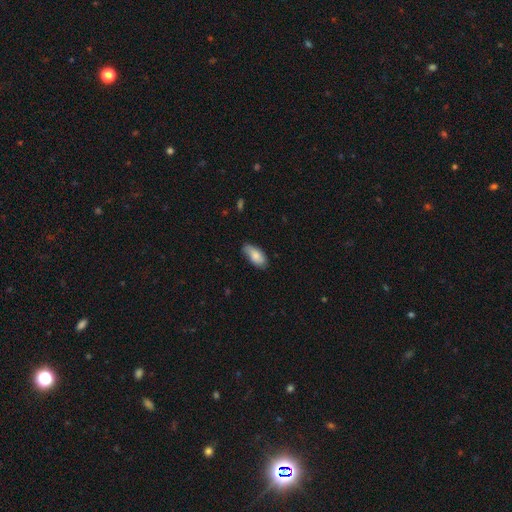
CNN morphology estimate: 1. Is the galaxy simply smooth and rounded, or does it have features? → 78% smooth, 15% featured or disk, 6% star or artifact.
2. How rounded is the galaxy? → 91% in between, 6% cigar-shaped, 2% round.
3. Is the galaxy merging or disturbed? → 69% none, 26% minor disturbance, 4% major disturbance, 1% merger.